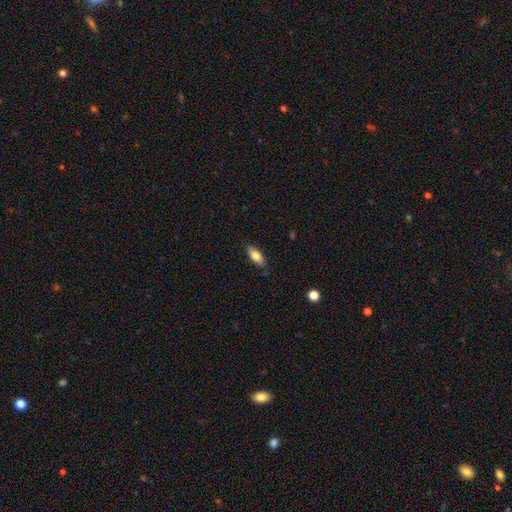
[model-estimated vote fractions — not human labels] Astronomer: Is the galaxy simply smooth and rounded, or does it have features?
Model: smooth — 77%.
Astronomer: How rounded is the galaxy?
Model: in between — 81%.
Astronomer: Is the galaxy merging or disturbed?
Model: none — 82%.